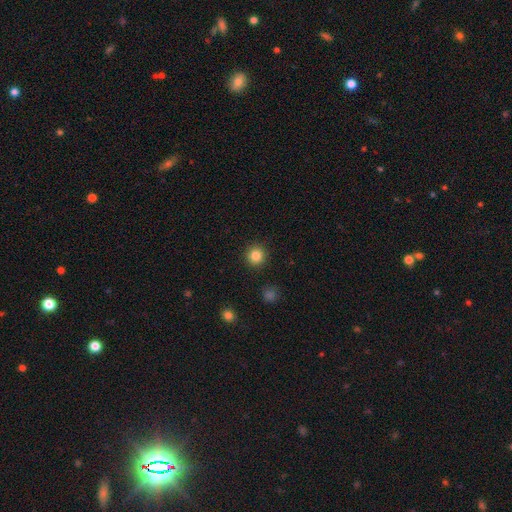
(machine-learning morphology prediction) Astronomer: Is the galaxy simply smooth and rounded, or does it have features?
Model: smooth — 84%.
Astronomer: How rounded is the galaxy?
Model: round — 94%.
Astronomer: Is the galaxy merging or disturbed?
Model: none — 91%.